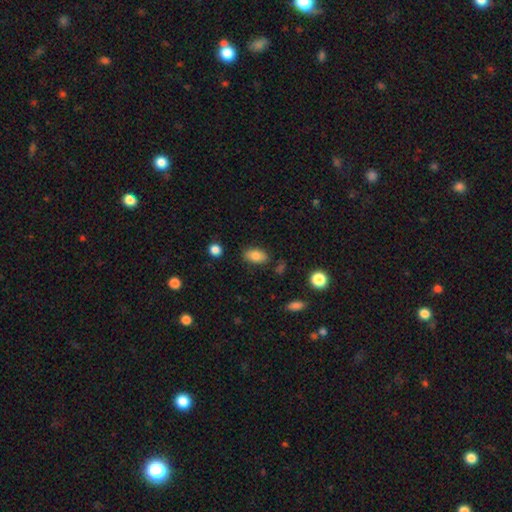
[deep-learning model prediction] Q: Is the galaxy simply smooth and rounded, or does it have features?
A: smooth — 81%.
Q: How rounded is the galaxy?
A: in between — 91%.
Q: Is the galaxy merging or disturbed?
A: none — 82%.